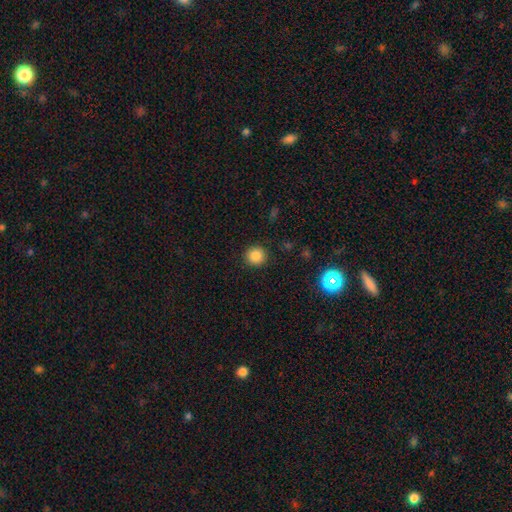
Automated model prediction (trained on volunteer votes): Smooth or featured: smooth — 83% (star or artifact — 12%)
How rounded: round — 94% (in between — 5%)
Merging: none — 91% (minor disturbance — 6%)